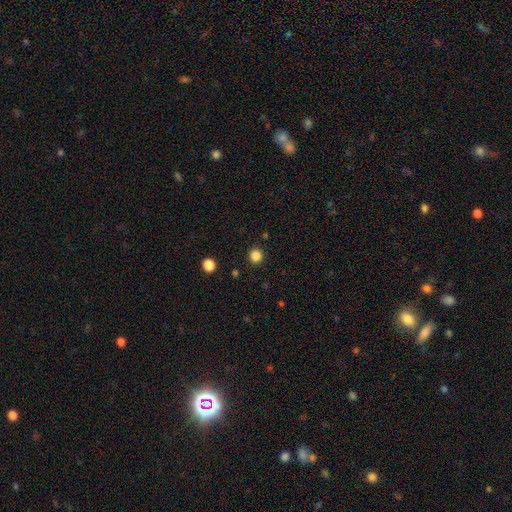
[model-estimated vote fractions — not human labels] smooth_or_featured: smooth (p=0.85) [alt: star or artifact p=0.12]
how_rounded: round (p=0.92) [alt: in between p=0.07]
merging: none (p=0.92) [alt: minor disturbance p=0.05]